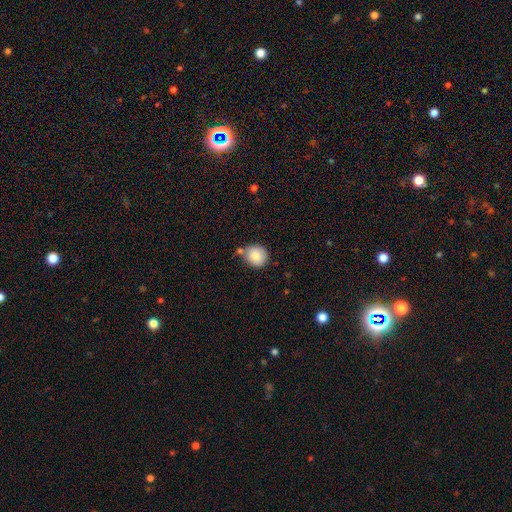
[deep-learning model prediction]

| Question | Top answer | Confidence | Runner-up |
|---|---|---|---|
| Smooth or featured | smooth | 85% | star or artifact (8%) |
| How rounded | round | 86% | in between (13%) |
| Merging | none | 66% | minor disturbance (16%) |